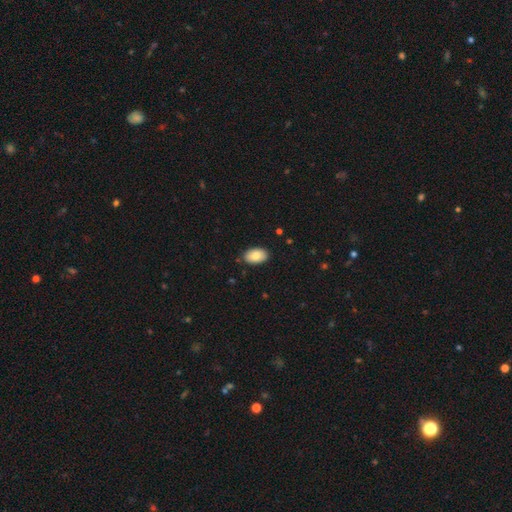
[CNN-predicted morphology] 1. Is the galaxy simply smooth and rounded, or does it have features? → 81% smooth, 12% featured or disk, 7% star or artifact.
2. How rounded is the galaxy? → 92% in between, 7% round, 1% cigar-shaped.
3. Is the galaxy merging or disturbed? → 86% none, 11% minor disturbance, 2% major disturbance, 1% merger.